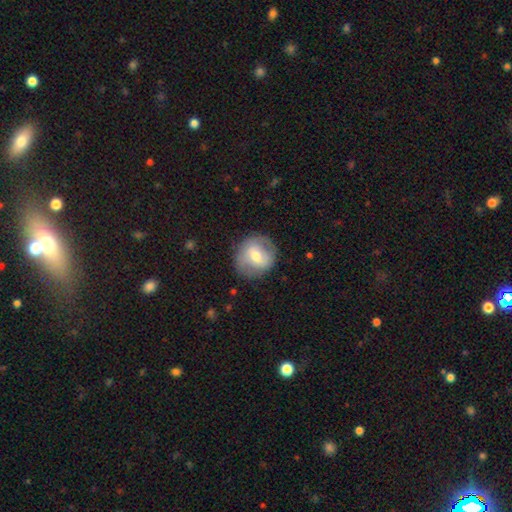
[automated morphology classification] A smooth galaxy with no disk features (51%) that is round (84%). Merging: none (78%).